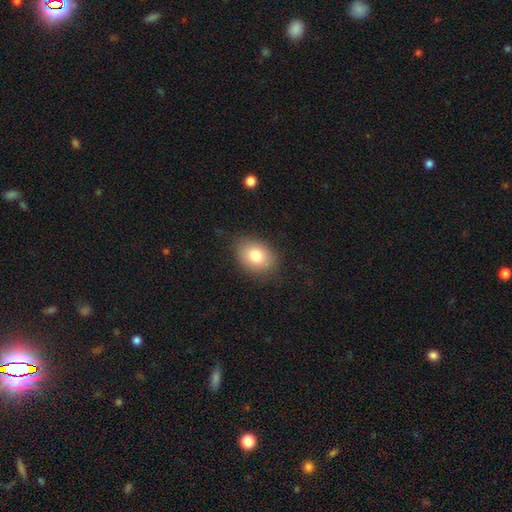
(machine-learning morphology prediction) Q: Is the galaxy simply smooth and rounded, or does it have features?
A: smooth — 80%.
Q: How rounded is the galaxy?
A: in between — 71%.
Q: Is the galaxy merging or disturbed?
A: none — 83%.